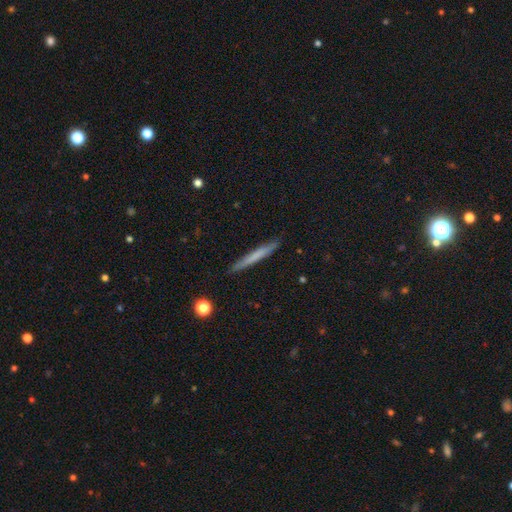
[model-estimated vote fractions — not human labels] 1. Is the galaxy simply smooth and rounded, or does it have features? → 63% smooth, 31% featured or disk, 6% star or artifact.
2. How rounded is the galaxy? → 96% cigar-shaped, 2% in between, 1% round.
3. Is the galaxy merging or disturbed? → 90% none, 8% minor disturbance, 2% major disturbance, 1% merger.